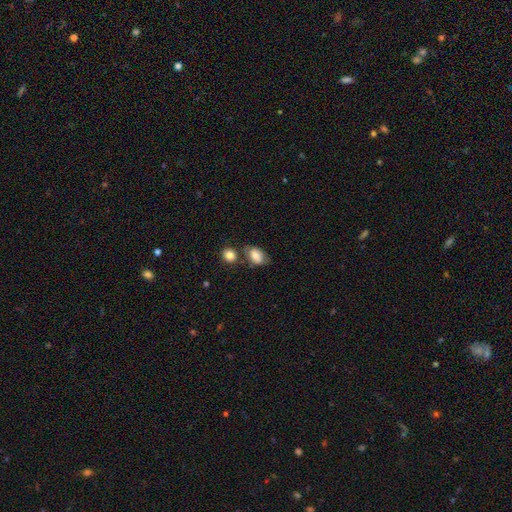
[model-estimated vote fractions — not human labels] This is likely a smooth galaxy (73%). How rounded: clearly in between (86%). Merging: possibly none (58%).